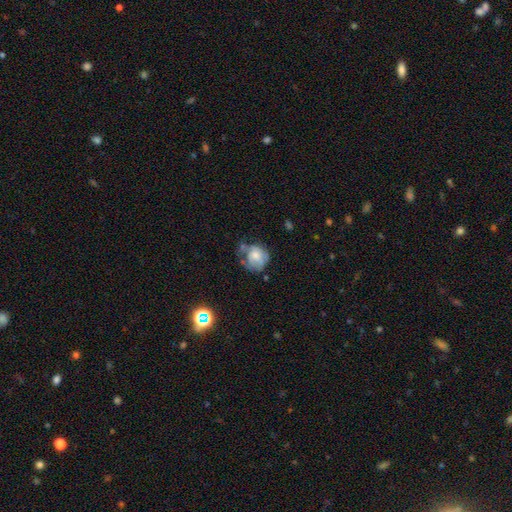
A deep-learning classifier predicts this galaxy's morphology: This appears to be a smooth galaxy with no disk features (54%) that is round (71%). Merging: none (36%).